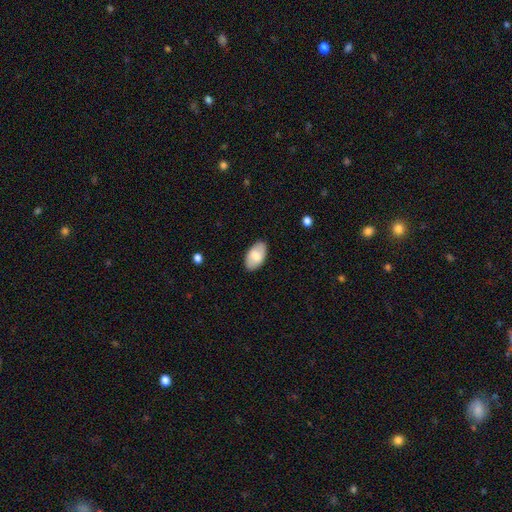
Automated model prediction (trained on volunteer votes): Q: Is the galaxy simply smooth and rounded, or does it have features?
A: smooth — 72%.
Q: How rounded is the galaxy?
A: in between — 95%.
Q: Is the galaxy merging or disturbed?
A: none — 86%.